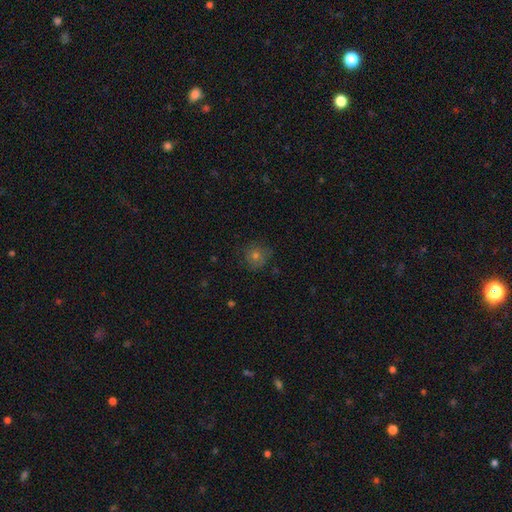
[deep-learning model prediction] Smooth or featured?
  - smooth: 65% *
  - star or artifact: 21%
  - featured or disk: 14%
How rounded?
  - round: 92% *
  - in between: 7%
  - cigar-shaped: 1%
Merging?
  - none: 81% *
  - minor disturbance: 14%
  - major disturbance: 4%
  - merger: 1%